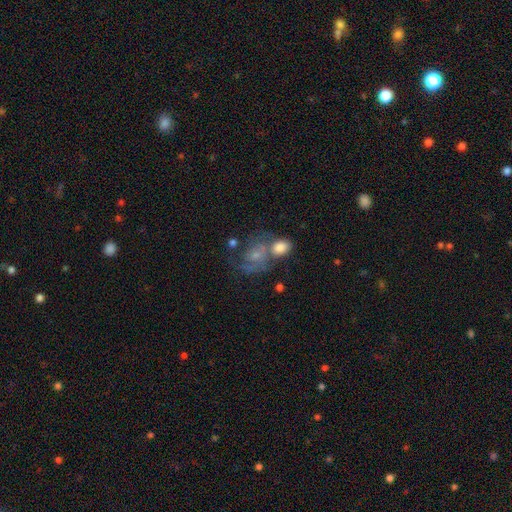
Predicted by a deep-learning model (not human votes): A featured or disk galaxy (48%).

Vote fractions:
- Smooth or featured? featured or disk: 48% / smooth: 41% / star or artifact: 12%
- Merging? merger: 36% / none: 30% / major disturbance: 18% / minor disturbance: 16%